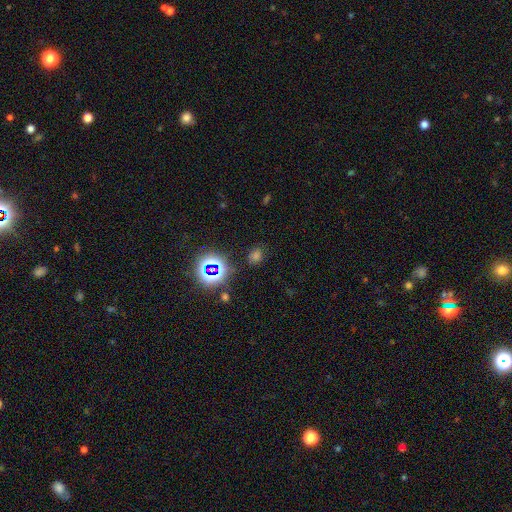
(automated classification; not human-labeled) Smooth or featured: smooth — 49% (star or artifact — 44%)
Merging: none — 81% (minor disturbance — 12%)